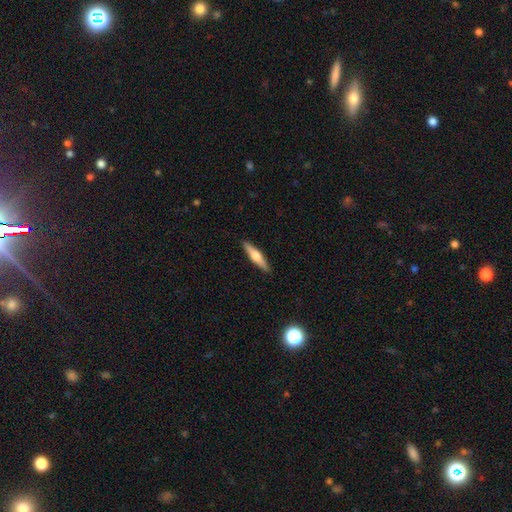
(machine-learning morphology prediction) Smooth or featured: featured or disk — 54% (smooth — 41%)
Edge-on disk: yes — 96% (no — 4%)
Edge-on bulge: rounded — 92% (boxy — 5%)
Merging: none — 91% (minor disturbance — 6%)